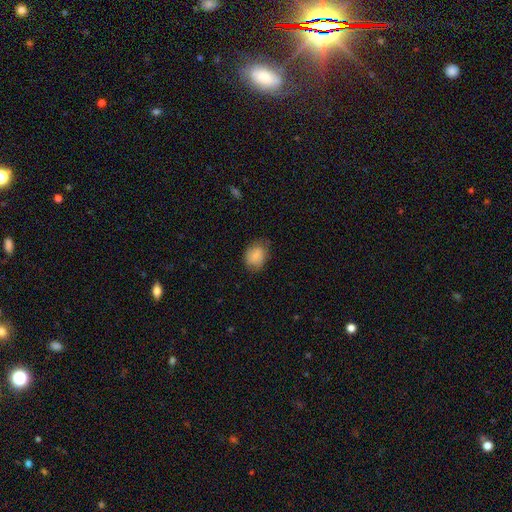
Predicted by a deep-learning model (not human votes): Smooth or featured: smooth — 80% (featured or disk — 13%)
How rounded: in between — 58% (round — 41%)
Merging: none — 69% (minor disturbance — 23%)